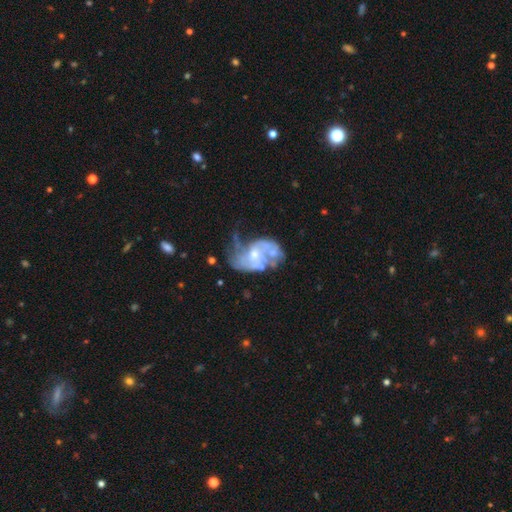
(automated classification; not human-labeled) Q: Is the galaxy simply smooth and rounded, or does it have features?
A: featured or disk — 79%.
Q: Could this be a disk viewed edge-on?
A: no — 97%.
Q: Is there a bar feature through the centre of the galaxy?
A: no — 71%.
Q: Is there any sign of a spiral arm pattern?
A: yes — 71%.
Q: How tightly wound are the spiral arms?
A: medium — 37%.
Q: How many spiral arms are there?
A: can't tell — 38%.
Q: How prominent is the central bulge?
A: small — 49%.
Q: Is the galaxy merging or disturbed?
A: major disturbance — 34%.